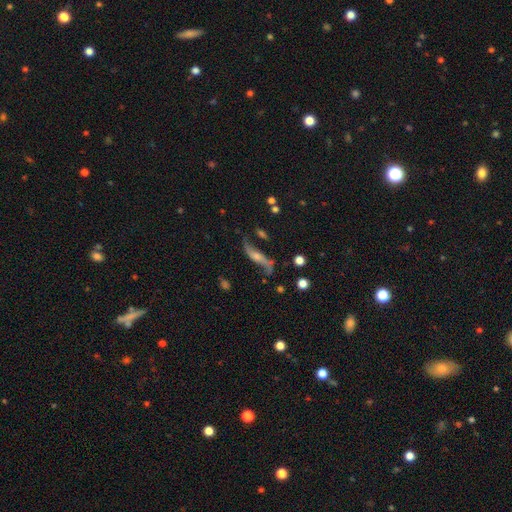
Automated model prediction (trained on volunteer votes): smooth-or-featured: featured or disk: 77% | smooth: 13% | star or artifact: 10%
  disk-edge-on: no: 63% | yes: 37%
  merging: none: 64% | minor disturbance: 19% | major disturbance: 12% | merger: 5%